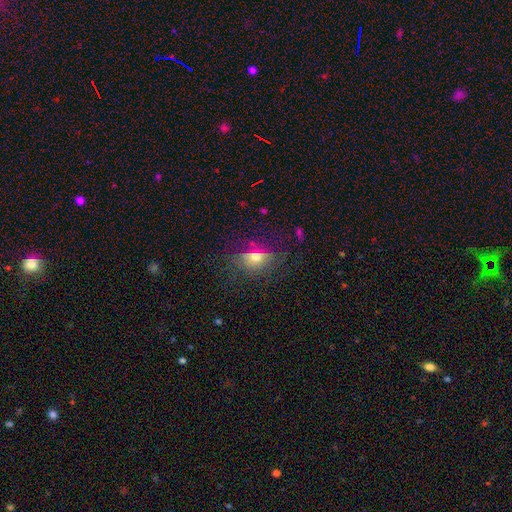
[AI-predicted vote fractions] Smooth or featured?
  - smooth: 50% *
  - featured or disk: 28%
  - star or artifact: 22%
Merging?
  - none: 71% *
  - minor disturbance: 16%
  - major disturbance: 8%
  - merger: 4%